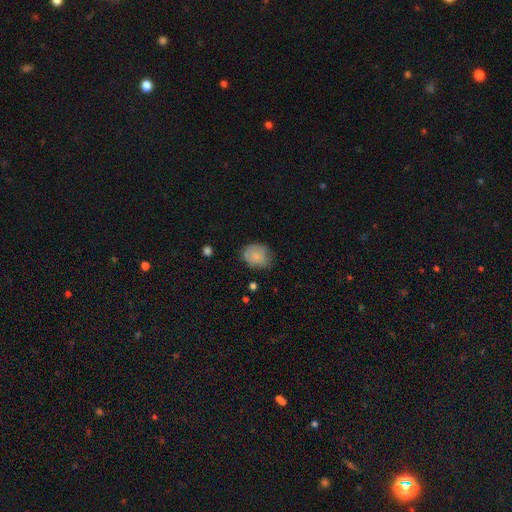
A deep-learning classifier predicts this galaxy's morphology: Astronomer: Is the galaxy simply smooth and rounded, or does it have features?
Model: smooth — 81%.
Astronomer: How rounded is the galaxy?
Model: round — 56% (runner-up: in between, 43%).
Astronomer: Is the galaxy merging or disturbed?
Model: none — 62%.